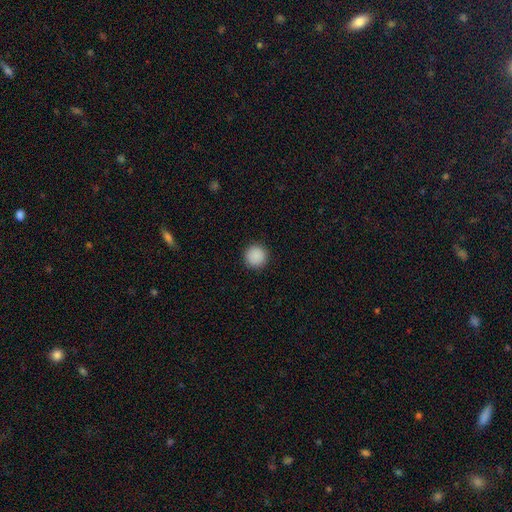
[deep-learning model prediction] Morphology: type=smooth (90%); roundness=round (96%); merging=none (93%).